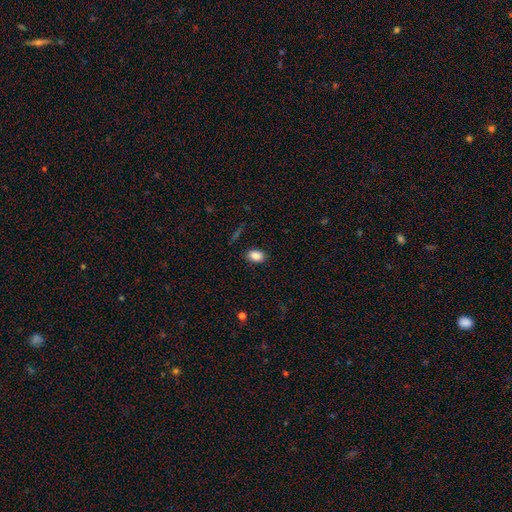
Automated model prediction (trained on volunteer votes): smooth 87%, star or artifact 9%, featured or disk 4%. Down the decision tree: how rounded — in between (81%); merging — none (87%).